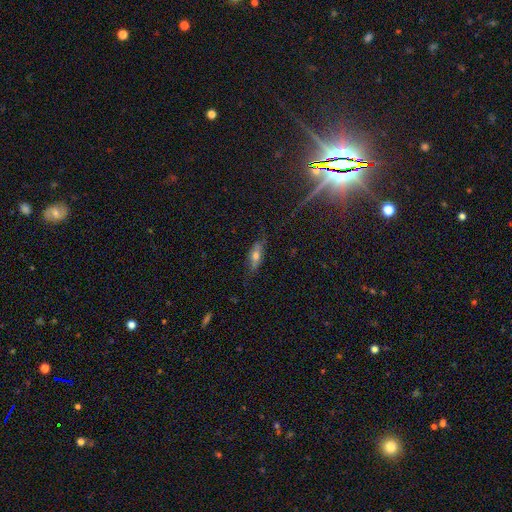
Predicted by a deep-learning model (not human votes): This appears to be a smooth galaxy with no disk features (52%) that is in between round and cigar-shaped (57%). Merging: none (72%).